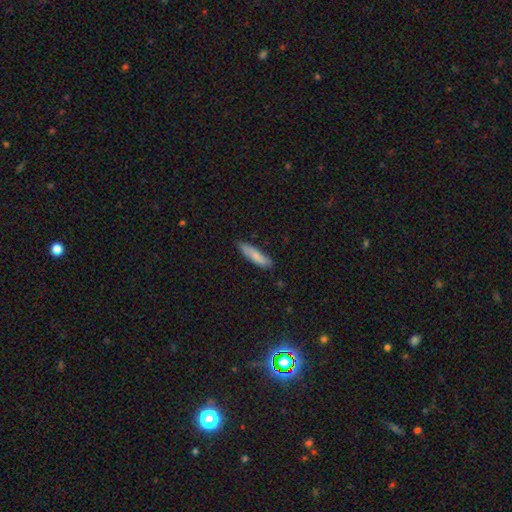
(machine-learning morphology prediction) Smooth or featured? Predicted: smooth (p=0.80). How rounded? Predicted: cigar-shaped (p=0.69). Merging? Predicted: none (p=0.80).